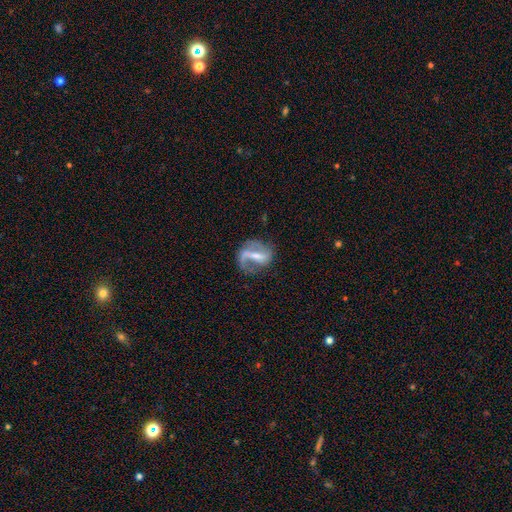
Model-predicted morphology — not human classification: This appears to be a featured or disk galaxy (76%) with a strong bar (56%), 2 (66%) loose (49%) spiral arms (83%) and a small central bulge (39%). Merging: none (57%).